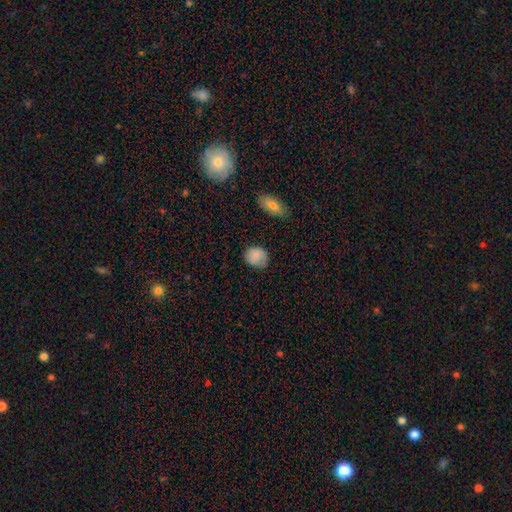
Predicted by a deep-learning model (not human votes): smooth 83%, featured or disk 10%, star or artifact 7%. Down the decision tree: how rounded — round (61%); merging — none (71%).